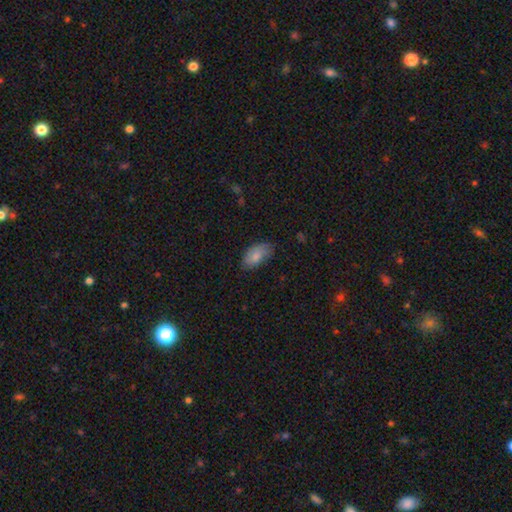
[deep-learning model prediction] Q: Smooth or featured?
A: smooth (81%); runner-up: featured or disk (12%)
Q: How rounded?
A: in between (93%); runner-up: round (4%)
Q: Merging?
A: none (69%); runner-up: minor disturbance (25%)